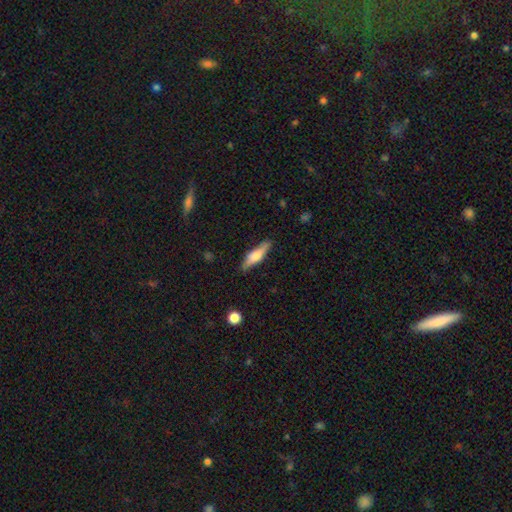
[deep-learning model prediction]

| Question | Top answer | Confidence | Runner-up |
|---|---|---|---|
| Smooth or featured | smooth | 56% | featured or disk (38%) |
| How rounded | cigar-shaped | 68% | in between (29%) |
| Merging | none | 84% | minor disturbance (12%) |